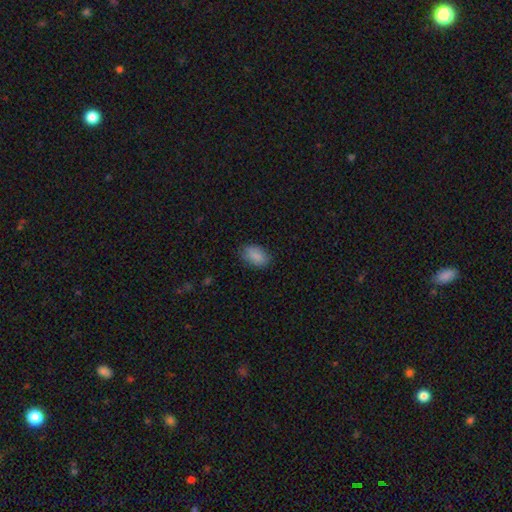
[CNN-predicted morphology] smooth 88%, star or artifact 7%, featured or disk 4%. Down the decision tree: how rounded — in between (90%); merging — none (81%).